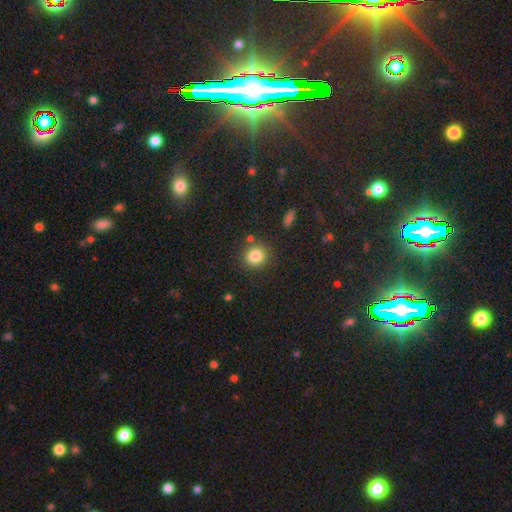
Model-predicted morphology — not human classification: Overall: smooth (84%). How rounded: round (82%). Merging: none (82%).